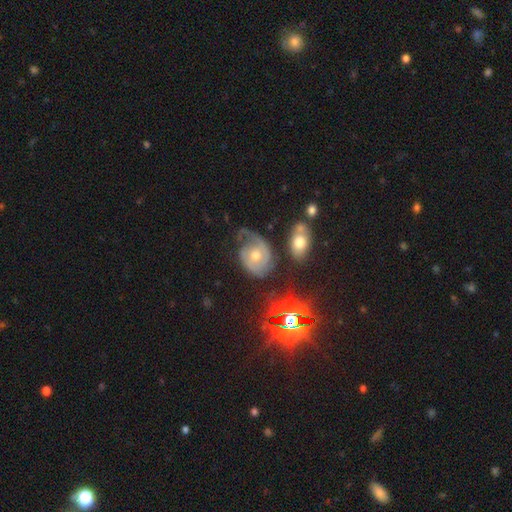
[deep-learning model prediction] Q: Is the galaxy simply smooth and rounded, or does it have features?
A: featured or disk — 68%.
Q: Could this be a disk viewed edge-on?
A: no — 96%.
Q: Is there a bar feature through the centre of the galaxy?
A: no — 75%.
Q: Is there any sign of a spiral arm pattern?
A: yes — 88%.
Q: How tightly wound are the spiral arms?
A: tight — 51%.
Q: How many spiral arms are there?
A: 1 — 43%.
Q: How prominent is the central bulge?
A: moderate — 67%.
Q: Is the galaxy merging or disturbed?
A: none — 41%.